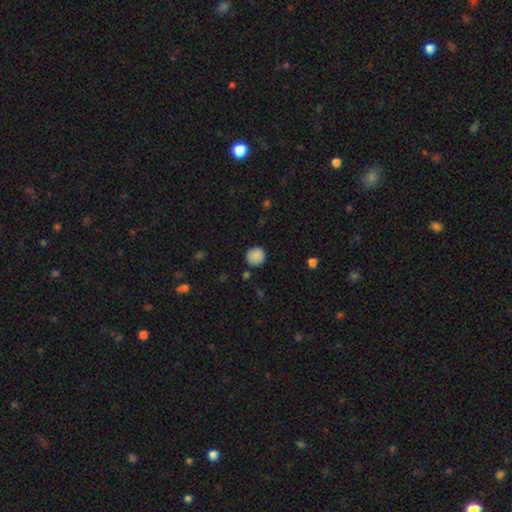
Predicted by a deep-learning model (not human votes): smooth 87%, star or artifact 8%, featured or disk 4%. Down the decision tree: how rounded — round (91%); merging — none (84%).